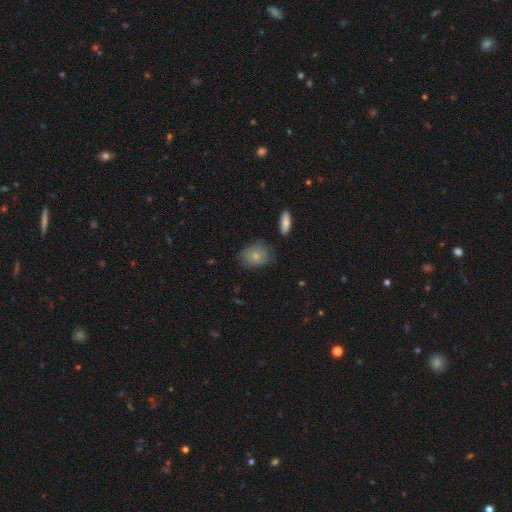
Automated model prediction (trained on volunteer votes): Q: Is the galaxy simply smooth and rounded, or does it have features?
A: smooth — 78%.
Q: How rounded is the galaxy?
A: in between — 58%.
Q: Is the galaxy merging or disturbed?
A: none — 69%.